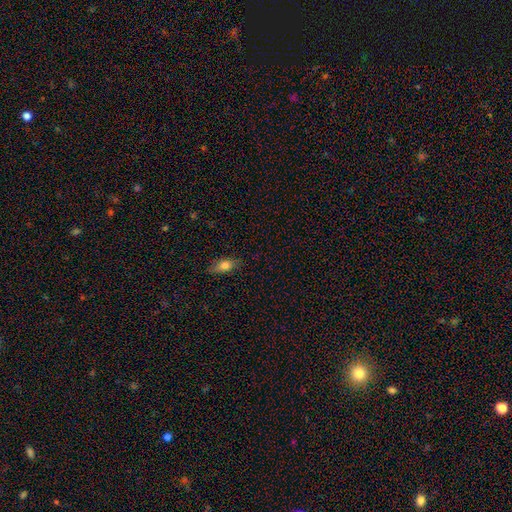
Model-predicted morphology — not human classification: This is likely a smooth galaxy (70%). How rounded: likely in between (67%). Merging: clearly none (82%).